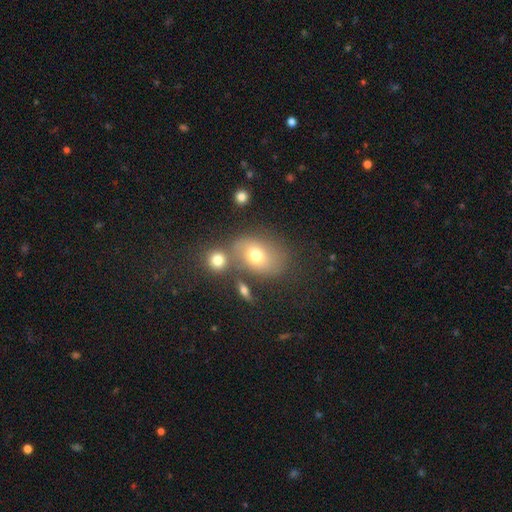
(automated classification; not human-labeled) smooth 67%, featured or disk 20%, star or artifact 13%. Down the decision tree: how rounded — in between (65%); merging — none (55%).